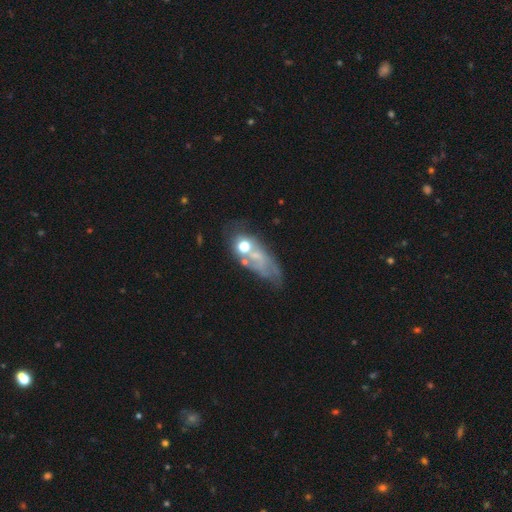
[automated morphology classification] A featured or disk galaxy (50%).

Vote fractions:
- Smooth or featured? featured or disk: 50% / smooth: 33% / star or artifact: 17%
- Merging? none: 41% / major disturbance: 23% / minor disturbance: 23% / merger: 14%